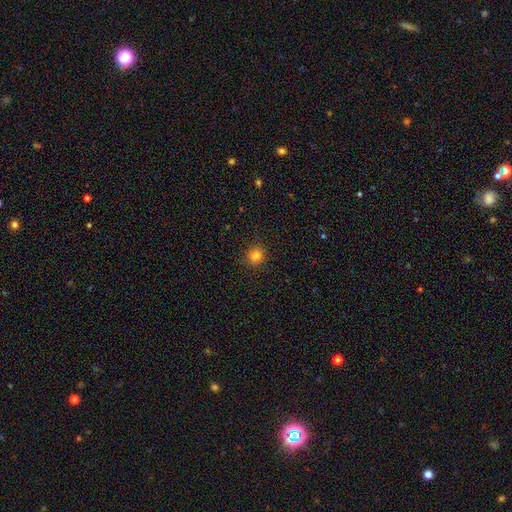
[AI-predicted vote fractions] Morphology: type=smooth (82%); roundness=round (87%); merging=none (89%).